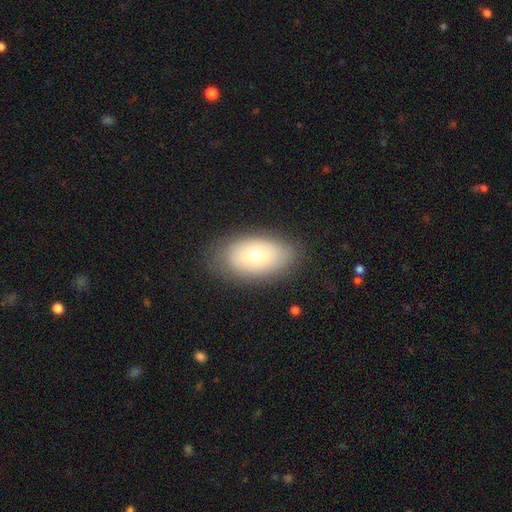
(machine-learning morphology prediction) Overall: smooth (61%; featured or disk 31%). How rounded: in between (90%). Merging: none (80%).